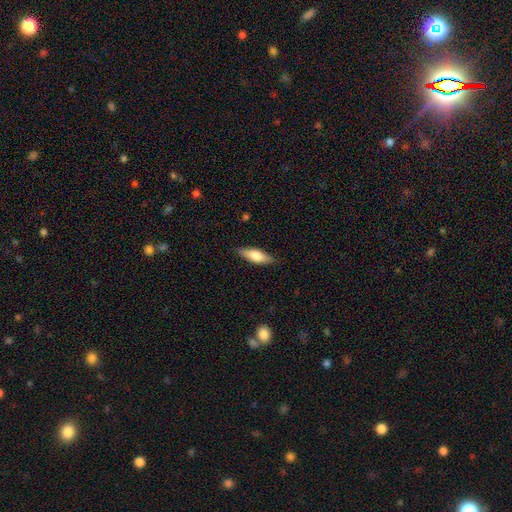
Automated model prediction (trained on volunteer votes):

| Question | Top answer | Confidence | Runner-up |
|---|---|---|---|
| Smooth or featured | smooth | 69% | featured or disk (25%) |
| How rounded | in between | 59% | cigar-shaped (39%) |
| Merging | none | 86% | minor disturbance (11%) |